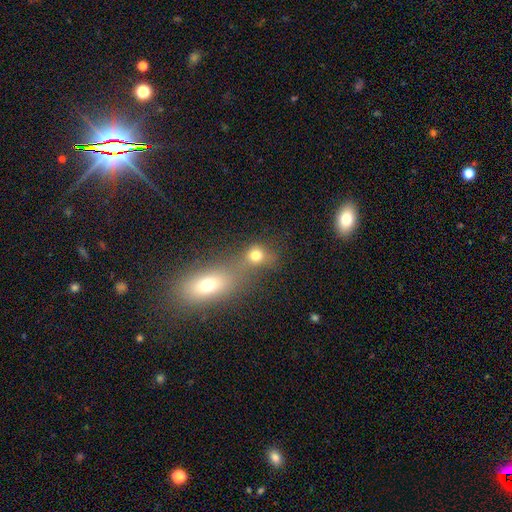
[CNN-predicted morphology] smooth-or-featured: smooth: 74% | star or artifact: 15% | featured or disk: 11%
  how-rounded: round: 70% | in between: 29% | cigar-shaped: 2%
  merging: merger: 52% | none: 34% | minor disturbance: 7% | major disturbance: 6%